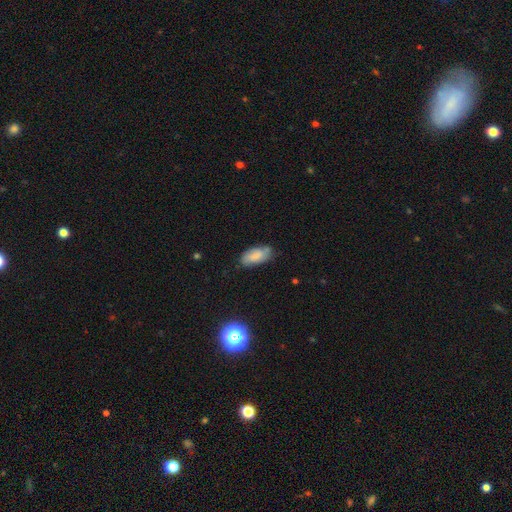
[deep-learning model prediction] Overall: smooth (75%). How rounded: in between (90%). Merging: none (69%).